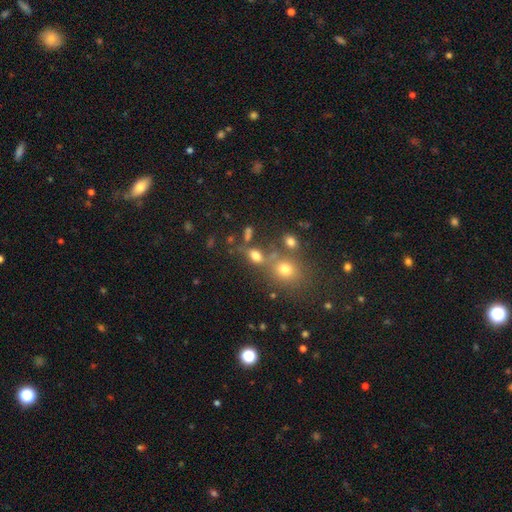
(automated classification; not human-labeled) Smooth or featured?
  - smooth: 68% *
  - star or artifact: 17%
  - featured or disk: 14%
How rounded?
  - in between: 65% *
  - round: 28%
  - cigar-shaped: 6%
Merging?
  - none: 53% *
  - merger: 26%
  - minor disturbance: 13%
  - major disturbance: 8%